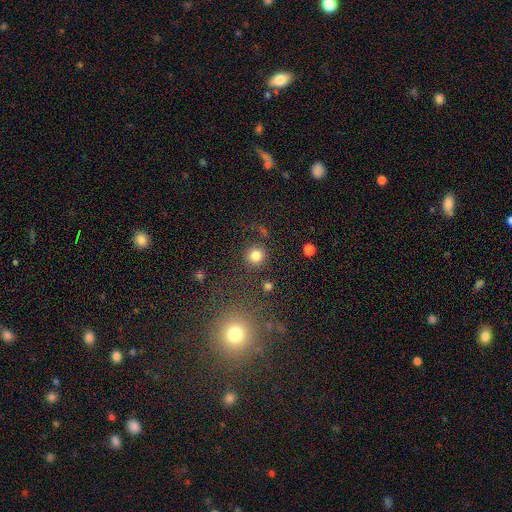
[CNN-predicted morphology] Smooth or featured: smooth — 82% (star or artifact — 12%)
How rounded: round — 93% (in between — 7%)
Merging: none — 83% (minor disturbance — 8%)